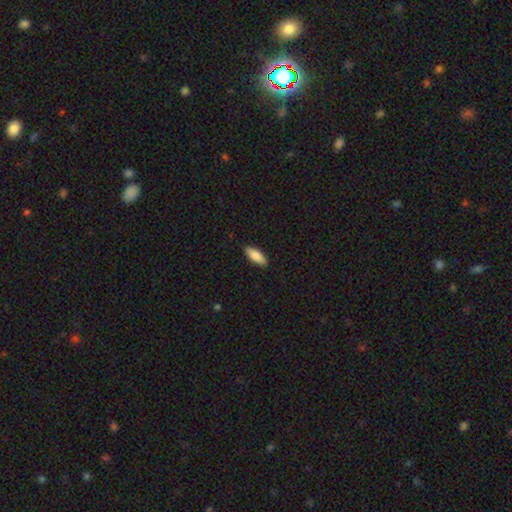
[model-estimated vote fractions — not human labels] Smooth or featured? smooth (84%)
How rounded? in between (73%)
Merging? none (89%)